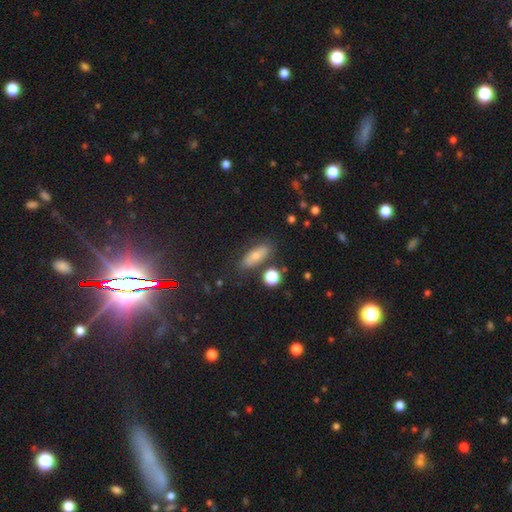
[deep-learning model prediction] This appears to be a smooth galaxy with no disk features (60%) that is in between round and cigar-shaped (70%). Merging: none (78%).